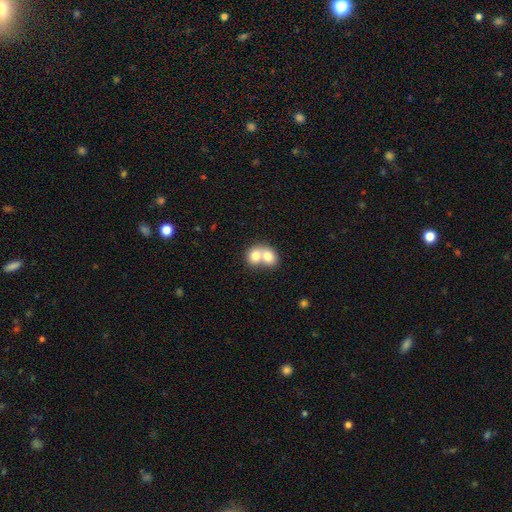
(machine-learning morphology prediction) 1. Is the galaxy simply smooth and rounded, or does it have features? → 74% smooth, 19% featured or disk, 8% star or artifact.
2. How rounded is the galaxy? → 58% round, 41% in between, 1% cigar-shaped.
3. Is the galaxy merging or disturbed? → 76% merger, 18% none, 4% minor disturbance, 2% major disturbance.